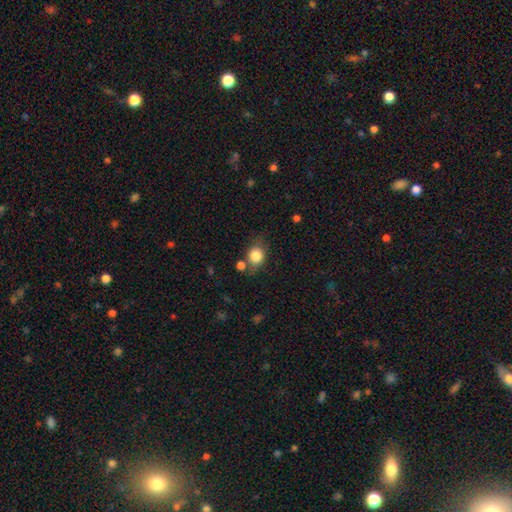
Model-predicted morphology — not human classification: type=smooth (83%); roundness=round (62%); merging=none (65%).